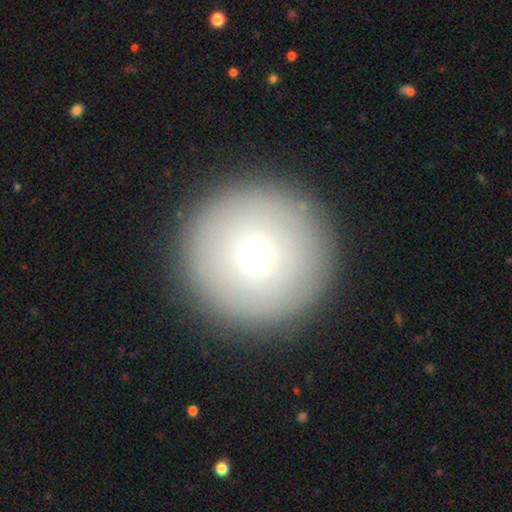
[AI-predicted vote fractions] Q: Smooth or featured?
A: smooth (69%); runner-up: featured or disk (16%)
Q: How rounded?
A: round (97%); runner-up: in between (2%)
Q: Merging?
A: none (92%); runner-up: minor disturbance (5%)